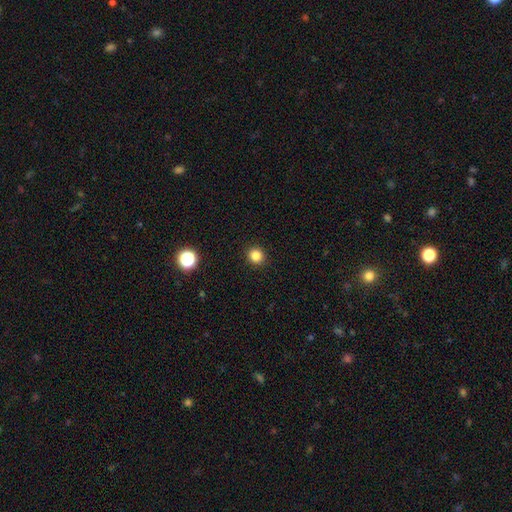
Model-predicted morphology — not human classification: The model was most divided on "smooth or featured": smooth: 83%, star or artifact: 13%, featured or disk: 4%. More confident: merging — none (92%); how rounded — round (88%).